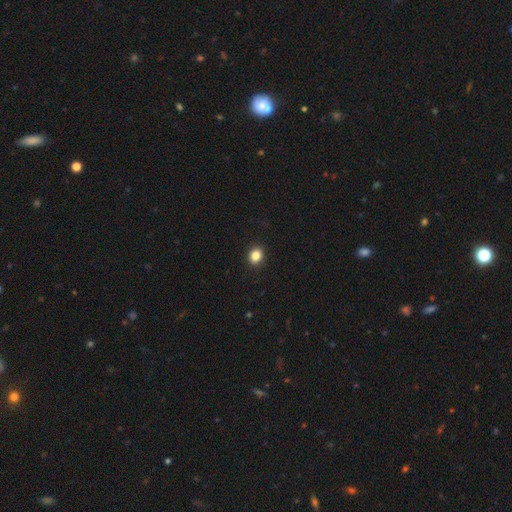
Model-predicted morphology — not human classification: smooth_or_featured: smooth (p=0.85) [alt: star or artifact p=0.10]
how_rounded: round (p=0.68) [alt: in between p=0.31]
merging: none (p=0.92) [alt: minor disturbance p=0.06]